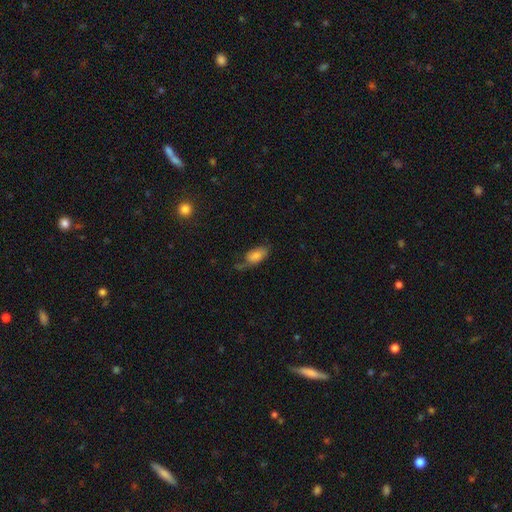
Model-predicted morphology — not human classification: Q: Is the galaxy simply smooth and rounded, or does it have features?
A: smooth — 69%.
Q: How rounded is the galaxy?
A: in between — 90%.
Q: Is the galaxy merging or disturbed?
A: none — 44%.